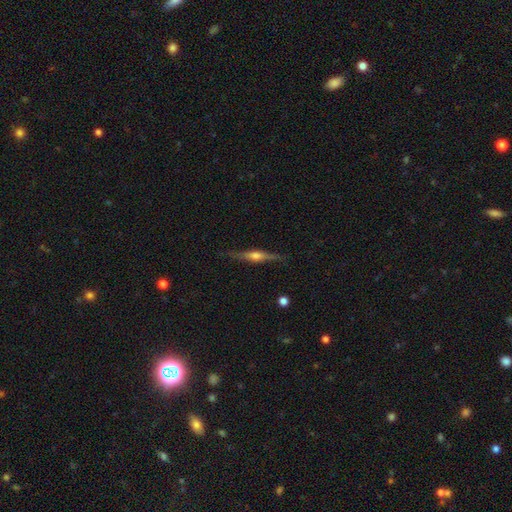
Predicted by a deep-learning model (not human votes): Smooth or featured: featured or disk — 73% (smooth — 21%)
Edge-on disk: yes — 97% (no — 3%)
Edge-on bulge: rounded — 88% (boxy — 8%)
Merging: none — 87% (minor disturbance — 10%)